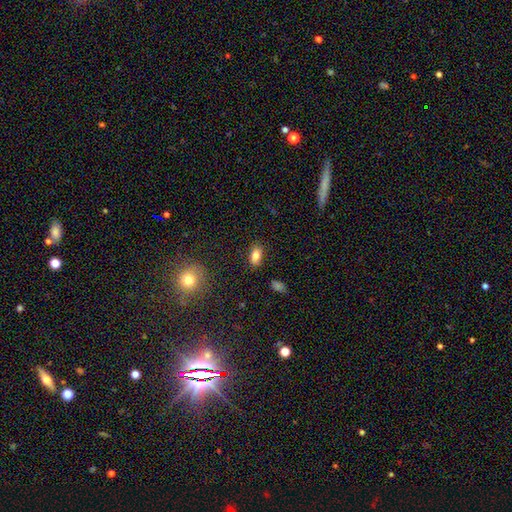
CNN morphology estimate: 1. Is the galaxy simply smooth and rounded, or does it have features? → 82% smooth, 9% star or artifact, 9% featured or disk.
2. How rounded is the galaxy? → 89% in between, 7% round, 4% cigar-shaped.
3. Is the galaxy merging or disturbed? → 86% none, 10% minor disturbance, 3% major disturbance, 2% merger.